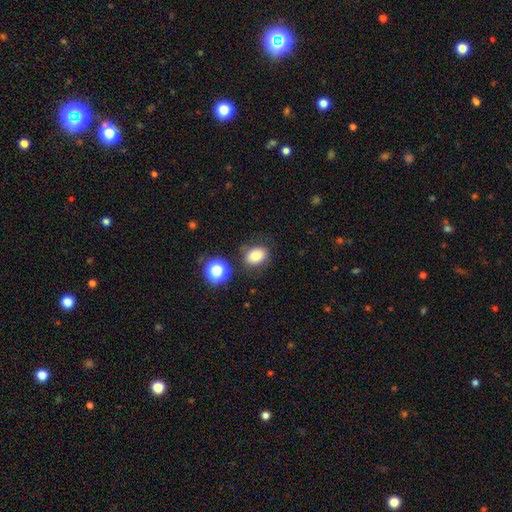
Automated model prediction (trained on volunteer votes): Smooth or featured? Predicted: smooth (p=0.80). How rounded? Predicted: in between (p=0.64). Merging? Predicted: none (p=0.77).